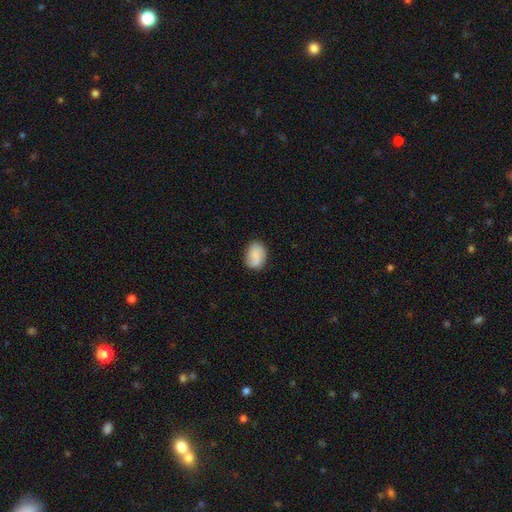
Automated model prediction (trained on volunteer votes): Smooth or featured? smooth (75%)
How rounded? in between (68%)
Merging? none (77%)